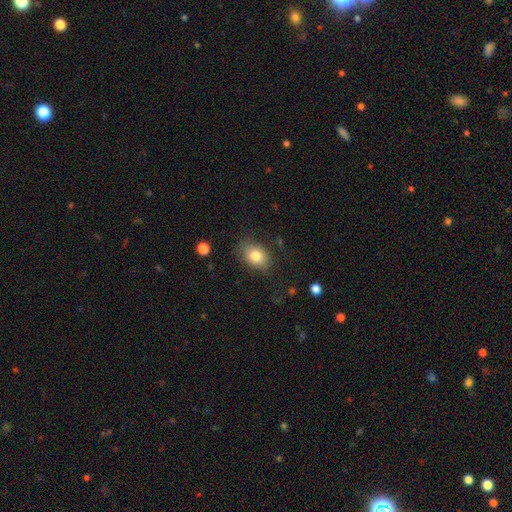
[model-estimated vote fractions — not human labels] Smooth or featured? Predicted: smooth (p=0.80). How rounded? Predicted: in between (p=0.76). Merging? Predicted: none (p=0.78).